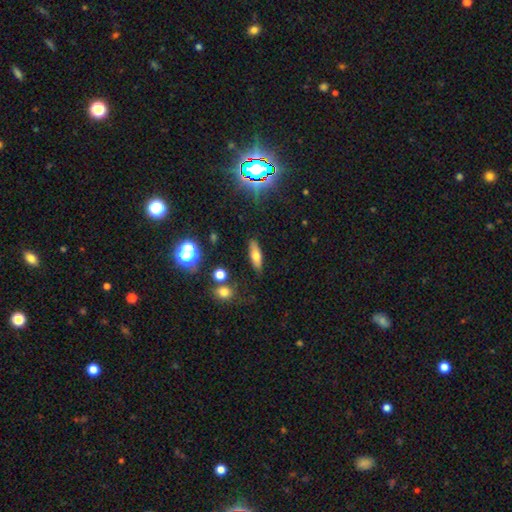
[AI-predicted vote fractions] Q: Smooth or featured?
A: smooth (63%); runner-up: featured or disk (24%)
Q: How rounded?
A: in between (49%); runner-up: cigar-shaped (47%)
Q: Merging?
A: none (84%); runner-up: minor disturbance (11%)